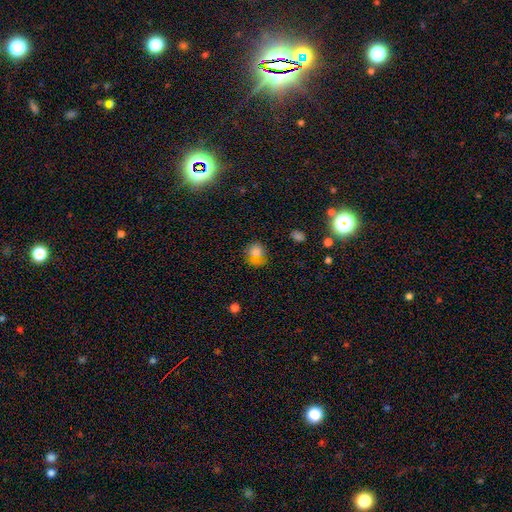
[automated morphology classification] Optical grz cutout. It shows a smooth galaxy with no disk features (75%) that is round (76%). Merging: none (66%).